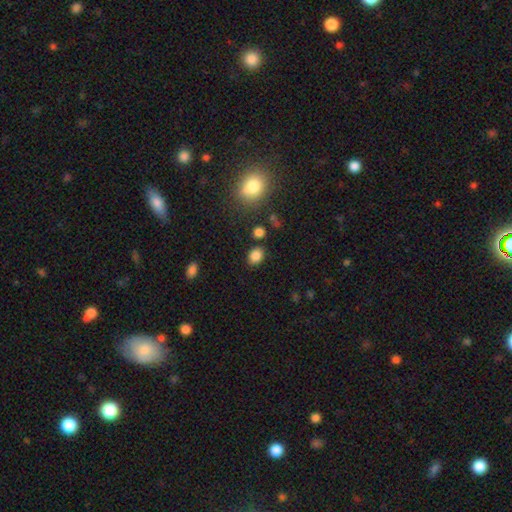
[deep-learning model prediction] A smooth galaxy with no disk features (84%) that is in between round and cigar-shaped (56%).

Vote fractions:
- Smooth or featured? smooth: 84% / star or artifact: 11% / featured or disk: 4%
- How rounded? in between: 56% / round: 43% / cigar-shaped: 1%
- Merging? none: 81% / minor disturbance: 11% / merger: 5% / major disturbance: 3%